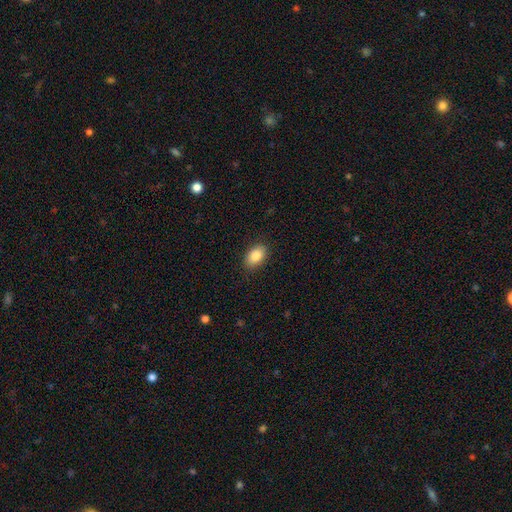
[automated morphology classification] smooth-or-featured: smooth: 85% | featured or disk: 8% | star or artifact: 8%
  how-rounded: in between: 88% | round: 10% | cigar-shaped: 2%
  merging: none: 88% | minor disturbance: 9% | major disturbance: 2% | merger: 1%